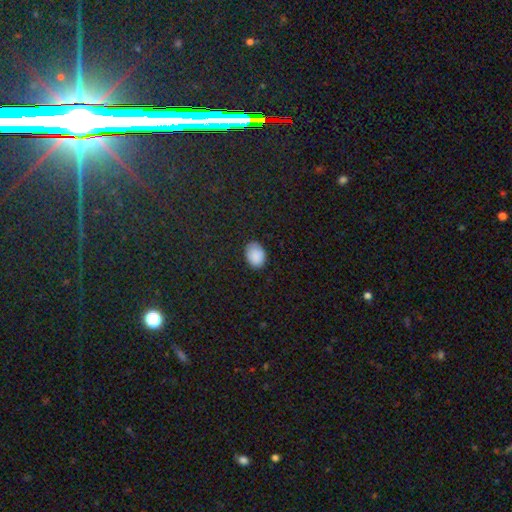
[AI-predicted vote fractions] This appears to be a smooth galaxy with no disk features (88%) that is in between round and cigar-shaped (71%). Merging: none (84%).